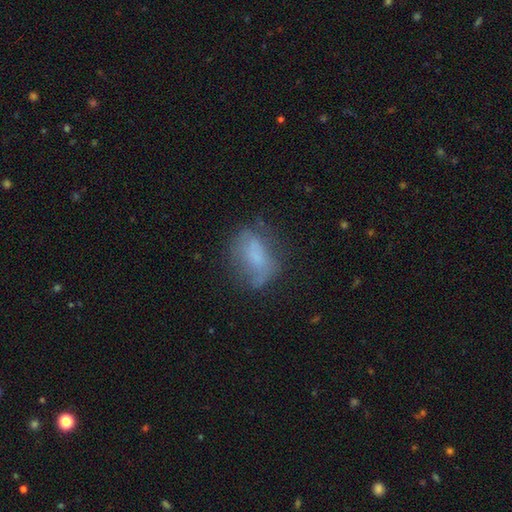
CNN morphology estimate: Overall: smooth (53%; featured or disk 36%). How rounded: in between (81%). Merging: none (50%; minor disturbance 28%).